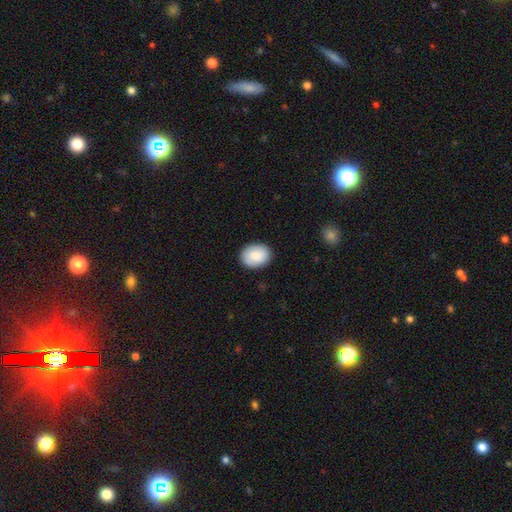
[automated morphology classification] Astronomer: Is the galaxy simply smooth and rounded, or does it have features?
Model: smooth — 86%.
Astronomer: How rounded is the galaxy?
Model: in between — 59% (runner-up: round, 40%).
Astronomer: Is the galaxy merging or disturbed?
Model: none — 88%.